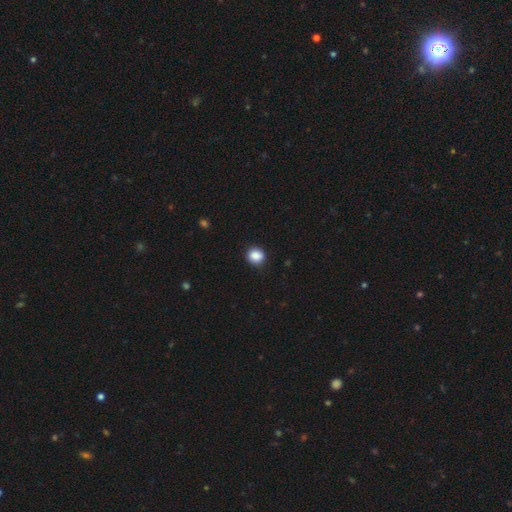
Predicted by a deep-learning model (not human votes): This appears to be a smooth galaxy with no disk features (88%) that is round (75%). Merging: none (89%).